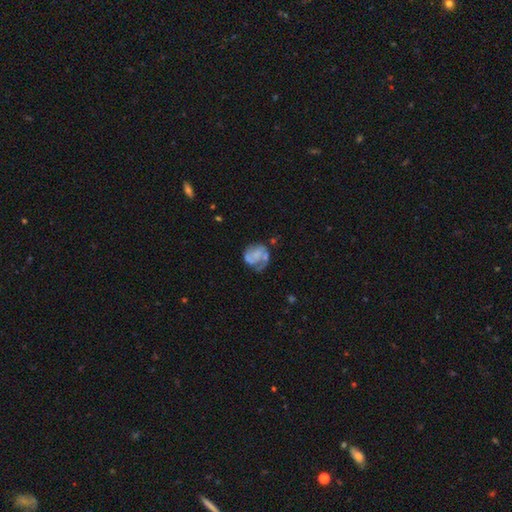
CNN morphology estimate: Smooth or featured: featured or disk — 62% (smooth — 30%)
Edge-on disk: no — 98% (yes — 2%)
Bar: no — 71% (weak — 23%)
Spiral arms: yes — 69% (no — 31%)
Bulge size: none — 52% (small — 26%)
Merging: none — 43% (minor disturbance — 25%)